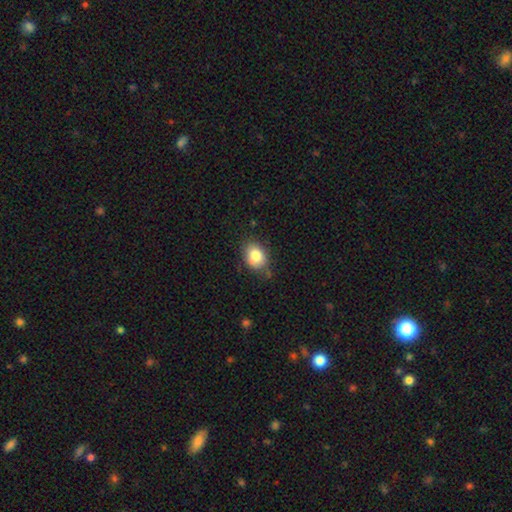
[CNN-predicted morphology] A smooth galaxy with no disk features (81%) that is in between round and cigar-shaped (62%).

Vote fractions:
- Smooth or featured? smooth: 81% / featured or disk: 10% / star or artifact: 9%
- How rounded? in between: 62% / round: 37% / cigar-shaped: 1%
- Merging? none: 69% / minor disturbance: 23% / major disturbance: 4% / merger: 3%